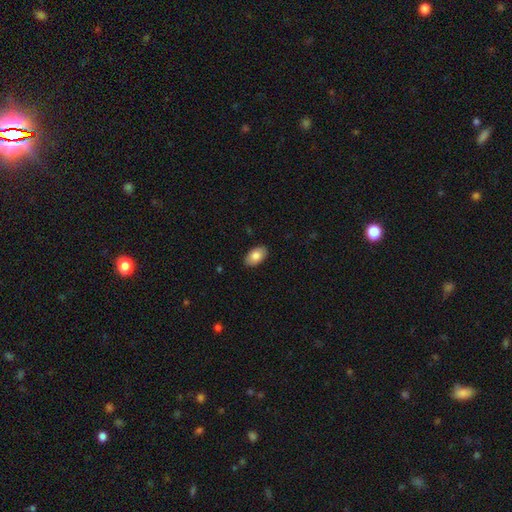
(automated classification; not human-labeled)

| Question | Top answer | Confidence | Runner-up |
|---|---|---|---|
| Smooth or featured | smooth | 82% | featured or disk (12%) |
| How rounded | in between | 94% | round (4%) |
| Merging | none | 89% | minor disturbance (9%) |